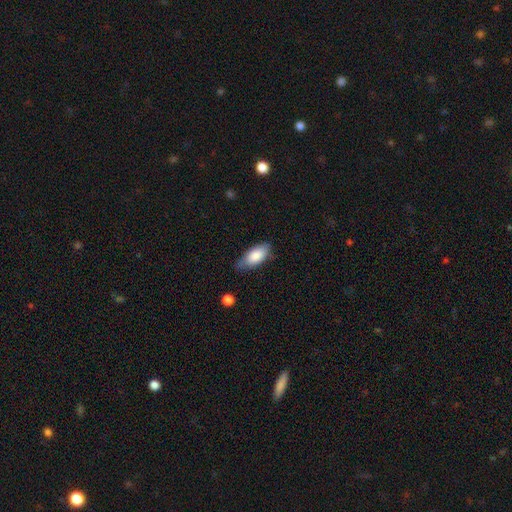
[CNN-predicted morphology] smooth-or-featured: smooth: 82% | featured or disk: 12% | star or artifact: 6%
  how-rounded: in between: 88% | cigar-shaped: 9% | round: 3%
  merging: none: 62% | minor disturbance: 30% | major disturbance: 6% | merger: 2%